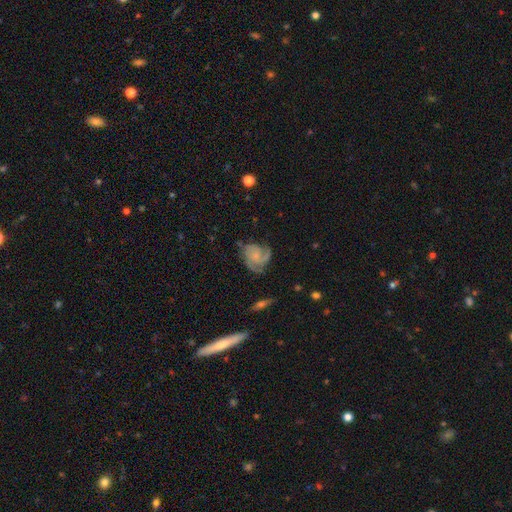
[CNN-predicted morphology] Smooth or featured?
  - featured or disk: 75% *
  - smooth: 18%
  - star or artifact: 7%
Edge-on disk?
  - no: 98% *
  - yes: 2%
Bar?
  - no: 73% *
  - weak: 24%
  - strong: 4%
Spiral arms?
  - yes: 94% *
  - no: 6%
Spiral winding?
  - medium: 43% *
  - tight: 40%
  - loose: 17%
Spiral arm count?
  - 3: 41% *
  - 2: 27%
  - can't tell: 16%
  - 1: 7%
  - 4: 6%
  - more than 4: 4%
Bulge size?
  - small: 49% *
  - none: 33%
  - moderate: 15%
  - large: 2%
  - dominant: 1%
Merging?
  - none: 58% *
  - minor disturbance: 23%
  - major disturbance: 16%
  - merger: 2%